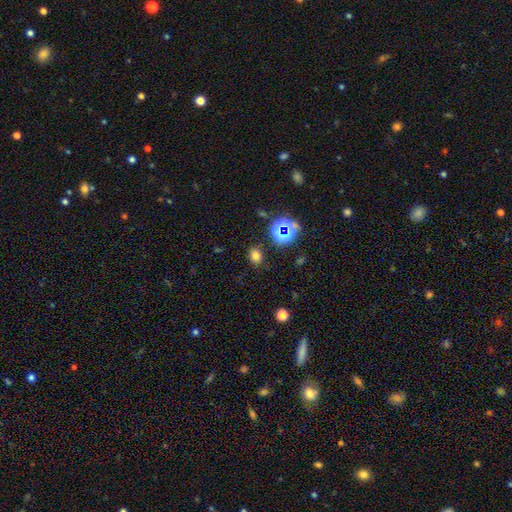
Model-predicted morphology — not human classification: This is likely a smooth galaxy (70%). How rounded: possibly round (53%). Merging: clearly none (83%).